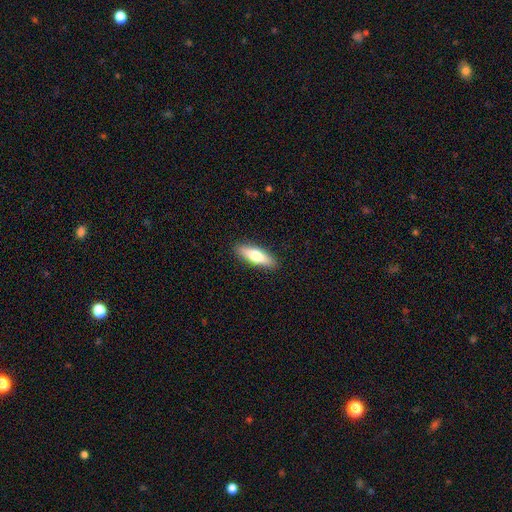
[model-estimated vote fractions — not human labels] Overall: smooth (70%). How rounded: cigar-shaped (51%; in between 47%). Merging: none (89%).